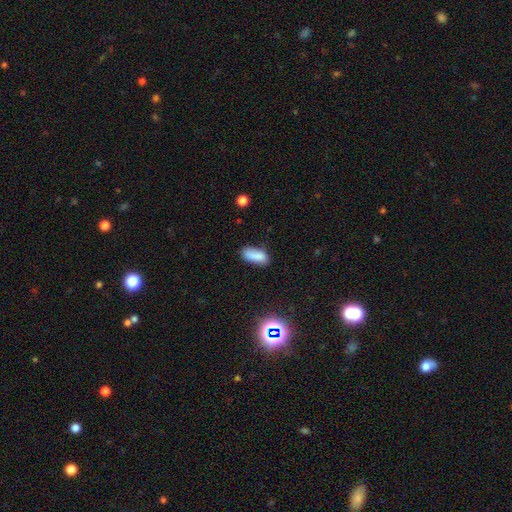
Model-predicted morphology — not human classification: This appears to be a smooth galaxy with no disk features (83%) that is in between round and cigar-shaped (82%). Merging: none (73%).